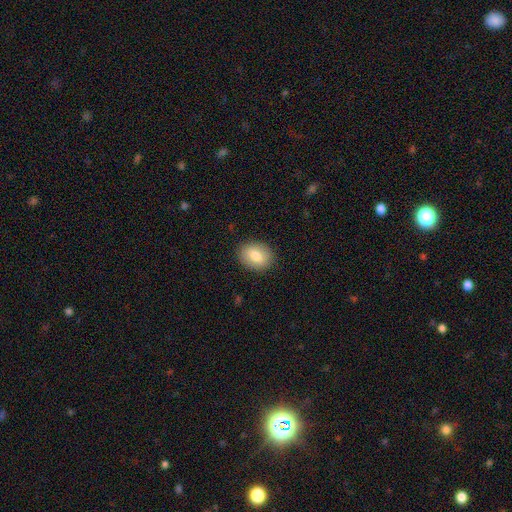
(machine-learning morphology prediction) type=smooth (78%); roundness=in between (59%); merging=none (88%).